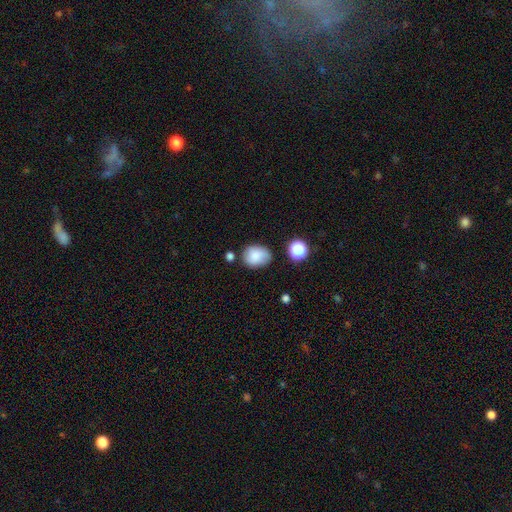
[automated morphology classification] smooth 81%, featured or disk 9%, star or artifact 9%. Down the decision tree: how rounded — in between (59%); merging — none (69%).